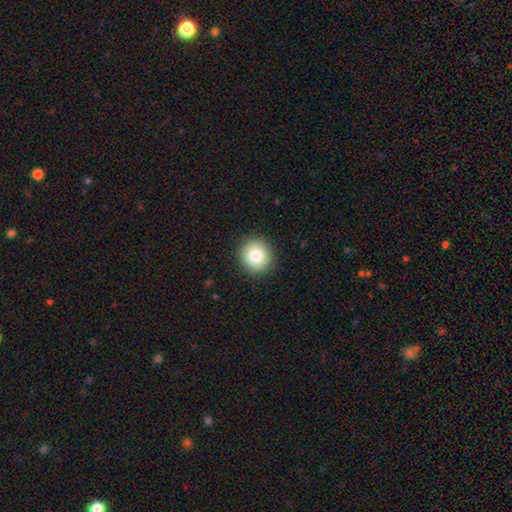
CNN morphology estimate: Smooth or featured? smooth (83%)
How rounded? round (89%)
Merging? none (91%)